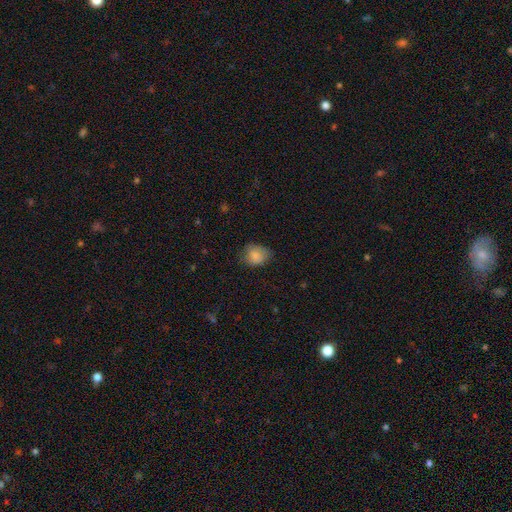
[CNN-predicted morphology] Smooth or featured: smooth — 85% (star or artifact — 9%)
How rounded: in between — 56% (round — 43%)
Merging: none — 63% (minor disturbance — 27%)